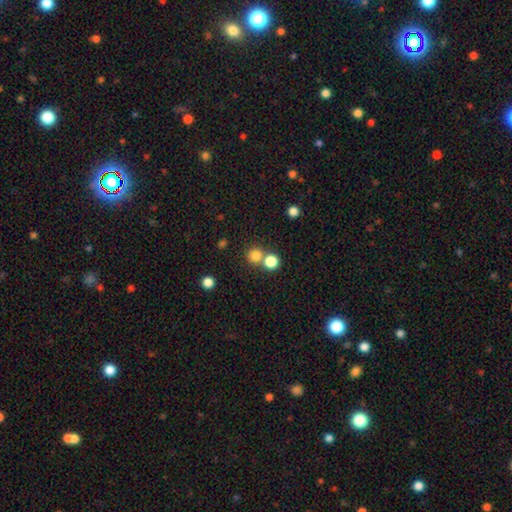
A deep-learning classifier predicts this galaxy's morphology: Overall: smooth (79%). How rounded: round (92%). Merging: none (63%; merger 29%).